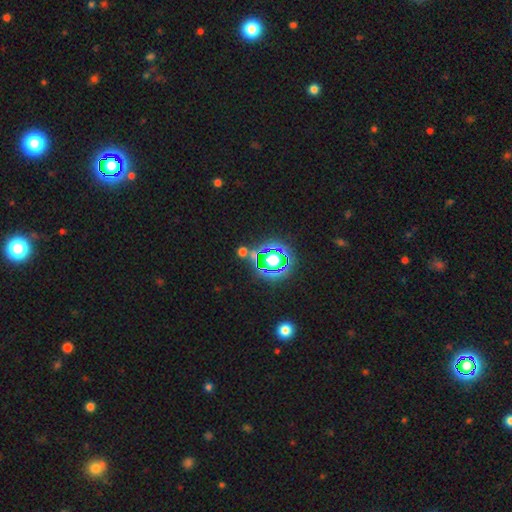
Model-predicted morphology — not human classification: A star or artifact, not a galaxy (68%).